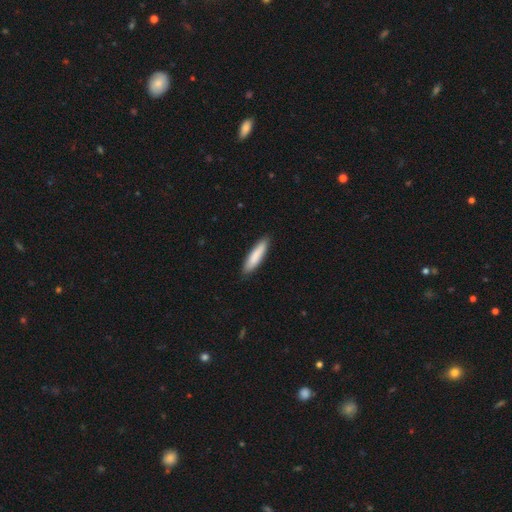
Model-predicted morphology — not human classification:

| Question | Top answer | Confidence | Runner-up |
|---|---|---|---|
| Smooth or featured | smooth | 85% | featured or disk (10%) |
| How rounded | cigar-shaped | 77% | in between (22%) |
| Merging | none | 88% | minor disturbance (9%) |